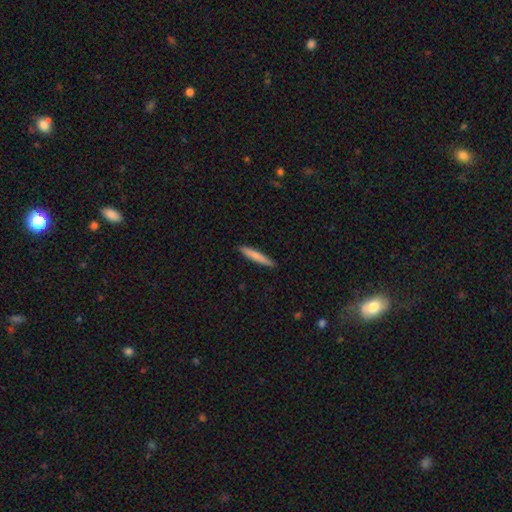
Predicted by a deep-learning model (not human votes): smooth_or_featured: smooth (p=0.79) [alt: featured or disk p=0.16]
how_rounded: cigar-shaped (p=0.94) [alt: in between p=0.05]
merging: none (p=0.90) [alt: minor disturbance p=0.07]